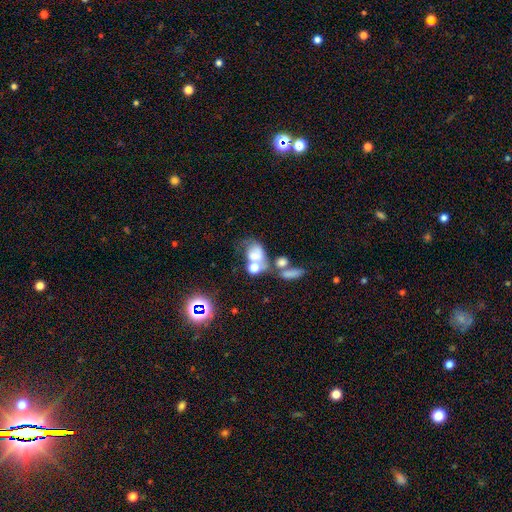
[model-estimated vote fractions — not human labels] This is possibly a smooth galaxy (56%). How rounded: likely in between (66%). Merging: possibly merger (50%).